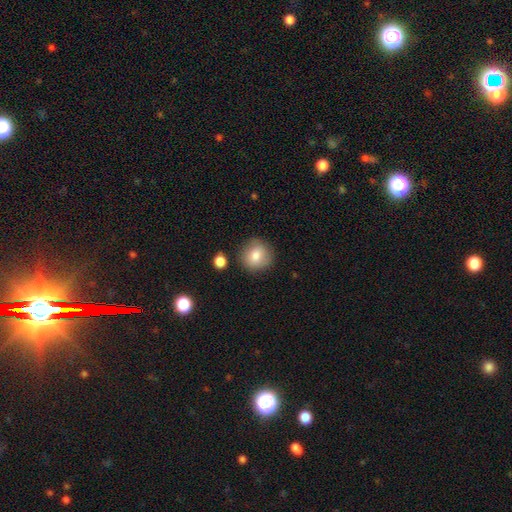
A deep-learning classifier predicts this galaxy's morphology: Q: Smooth or featured?
A: smooth (82%); runner-up: featured or disk (9%)
Q: How rounded?
A: round (91%); runner-up: in between (8%)
Q: Merging?
A: none (83%); runner-up: minor disturbance (11%)